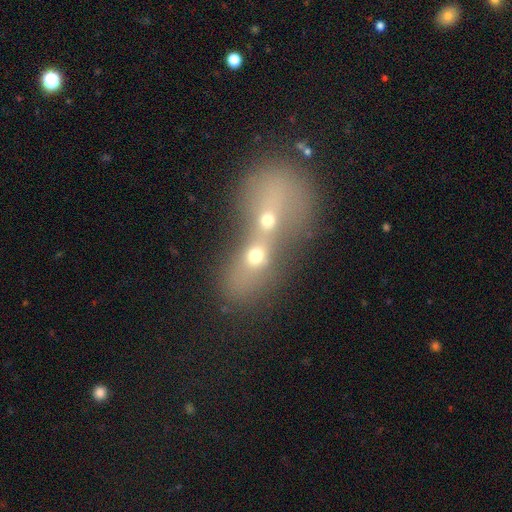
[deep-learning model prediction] smooth_or_featured: smooth (p=0.62) [alt: featured or disk p=0.23]
how_rounded: in between (p=0.49) [alt: round p=0.44]
merging: merger (p=0.79) [alt: none p=0.13]